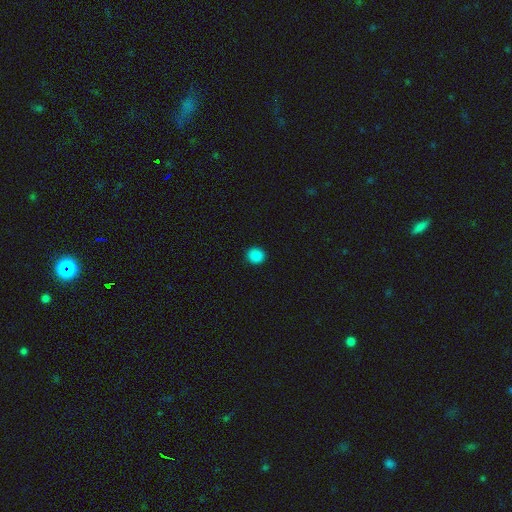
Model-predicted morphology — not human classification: Smooth or featured? Predicted: smooth (p=0.87). How rounded? Predicted: round (p=0.88). Merging? Predicted: none (p=0.92).